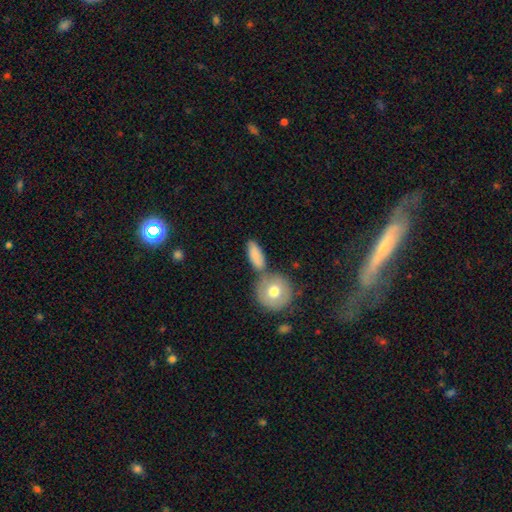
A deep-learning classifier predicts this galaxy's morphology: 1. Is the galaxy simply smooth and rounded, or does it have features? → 81% smooth, 13% featured or disk, 6% star or artifact.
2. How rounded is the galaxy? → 73% in between, 15% cigar-shaped, 12% round.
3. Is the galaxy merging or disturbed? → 55% none, 25% merger, 15% minor disturbance, 5% major disturbance.